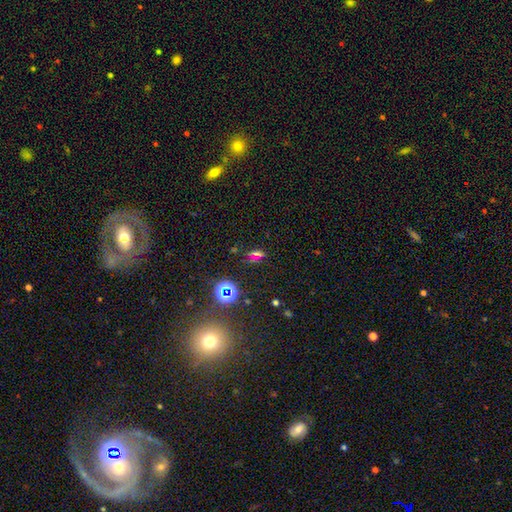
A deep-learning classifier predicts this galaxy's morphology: type=star or artifact (48%).